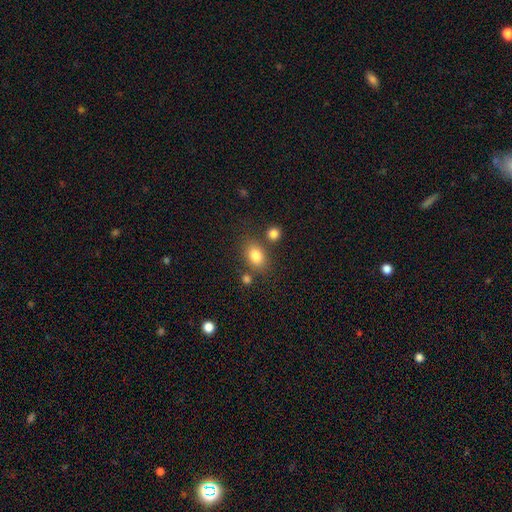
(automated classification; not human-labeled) Smooth or featured?
  - smooth: 82% *
  - star or artifact: 10%
  - featured or disk: 8%
How rounded?
  - in between: 70% *
  - round: 28%
  - cigar-shaped: 2%
Merging?
  - none: 71% *
  - minor disturbance: 13%
  - merger: 11%
  - major disturbance: 5%